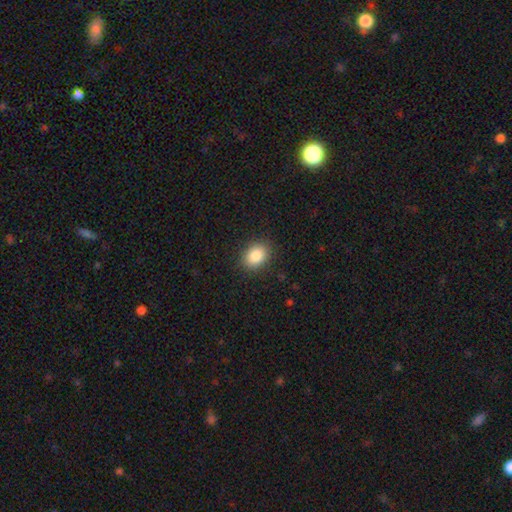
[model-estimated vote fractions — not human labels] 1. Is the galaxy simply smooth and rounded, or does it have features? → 86% smooth, 9% star or artifact, 6% featured or disk.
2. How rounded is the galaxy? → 68% in between, 31% round, 1% cigar-shaped.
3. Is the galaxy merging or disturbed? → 88% none, 9% minor disturbance, 3% major disturbance, 1% merger.